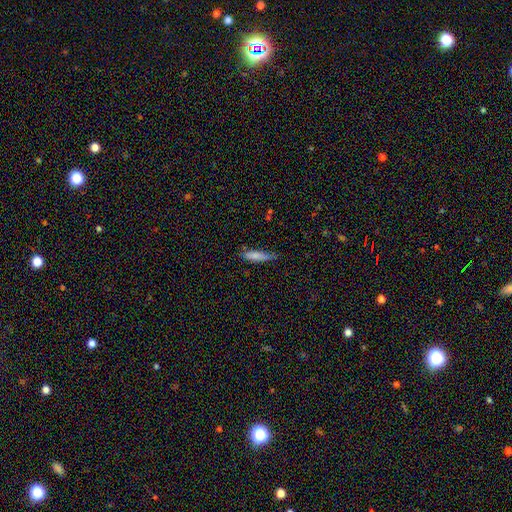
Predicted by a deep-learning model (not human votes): This is likely a smooth galaxy (79%). How rounded: likely cigar-shaped (80%). Merging: likely none (67%).